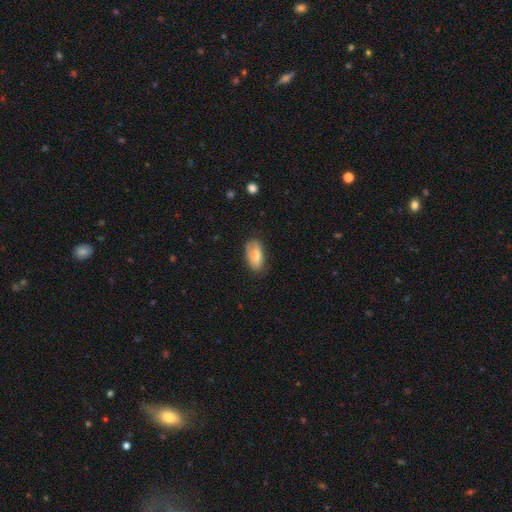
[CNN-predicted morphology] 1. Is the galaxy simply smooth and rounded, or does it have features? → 77% smooth, 17% featured or disk, 6% star or artifact.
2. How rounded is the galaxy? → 91% in between, 6% cigar-shaped, 3% round.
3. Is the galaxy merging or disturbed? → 69% none, 24% minor disturbance, 6% major disturbance, 1% merger.